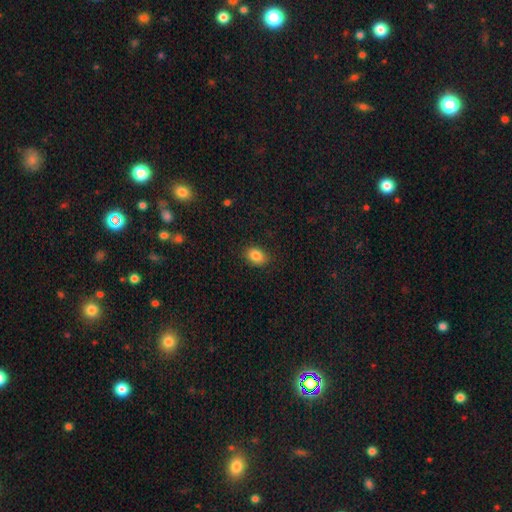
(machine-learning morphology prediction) type=smooth (85%); roundness=in between (67%); merging=none (87%).